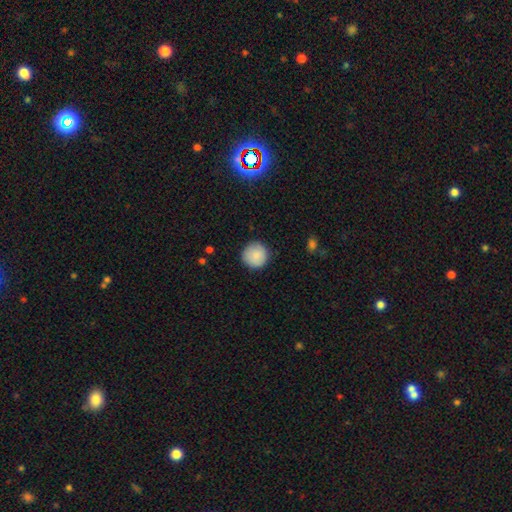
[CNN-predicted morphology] type=smooth (88%); roundness=round (96%); merging=none (89%).